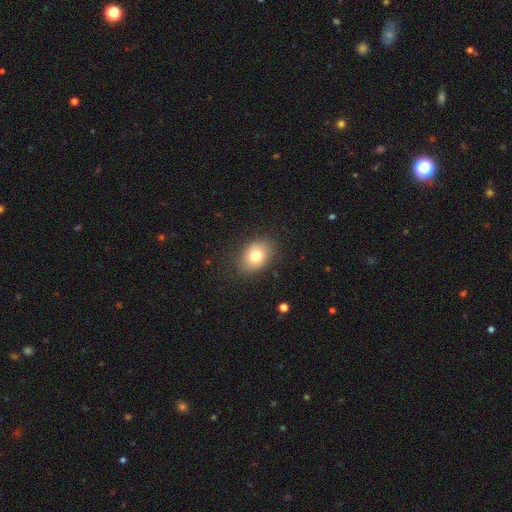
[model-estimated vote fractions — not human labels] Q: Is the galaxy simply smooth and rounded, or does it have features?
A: smooth — 79%.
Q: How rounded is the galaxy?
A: in between — 71%.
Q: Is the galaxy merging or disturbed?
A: none — 84%.